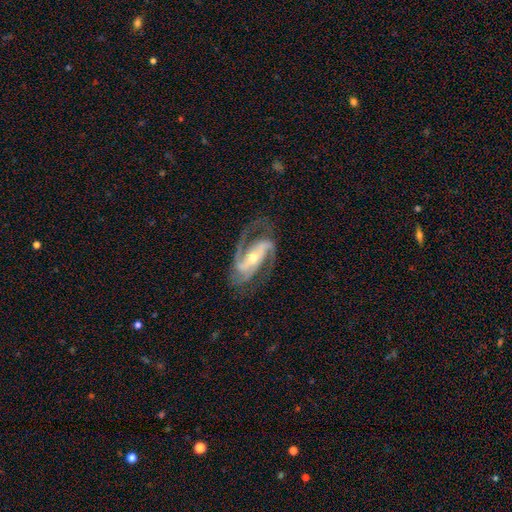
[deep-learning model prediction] Morphology: type=featured or disk (91%); edge-on=no (95%); bar=strong (53%); spiral arms=yes (98%); winding=medium (53%); arm count=2 (88%); bulge=small (50%); merging=none (73%).